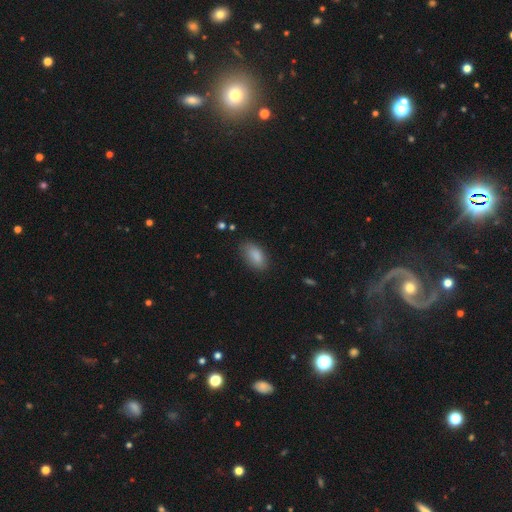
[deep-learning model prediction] This appears to be a smooth galaxy with no disk features (87%) that is in between round and cigar-shaped (92%). Merging: none (82%).